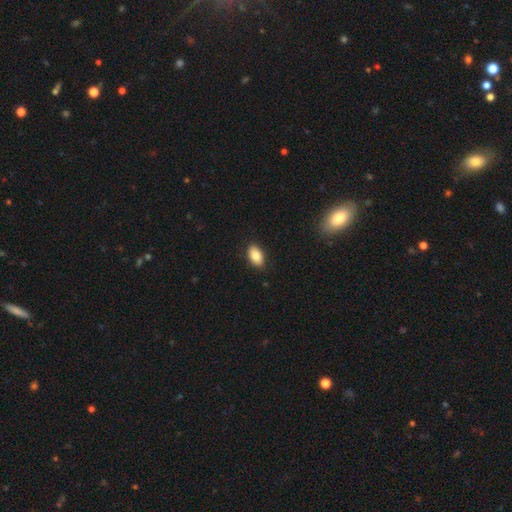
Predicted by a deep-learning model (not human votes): Q: Smooth or featured?
A: smooth (87%); runner-up: star or artifact (7%)
Q: How rounded?
A: in between (93%); runner-up: round (5%)
Q: Merging?
A: none (87%); runner-up: minor disturbance (10%)